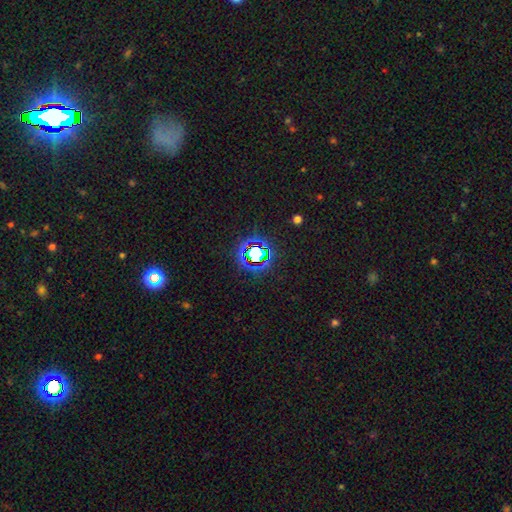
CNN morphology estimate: A star or artifact, not a galaxy (70%).

Vote fractions:
- Smooth or featured? star or artifact: 70% / smooth: 19% / featured or disk: 11%